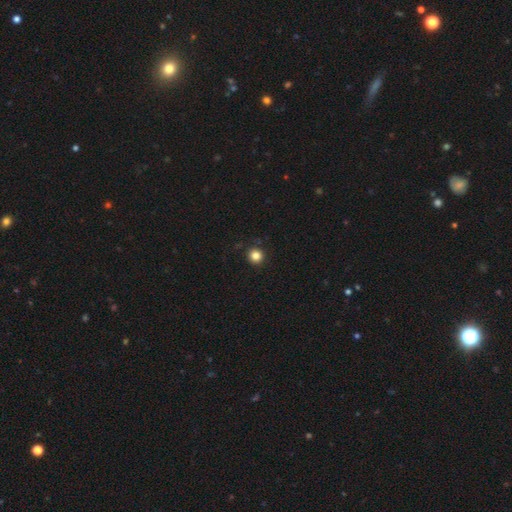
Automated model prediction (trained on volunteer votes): Morphology: type=smooth (84%); roundness=round (94%); merging=none (91%).